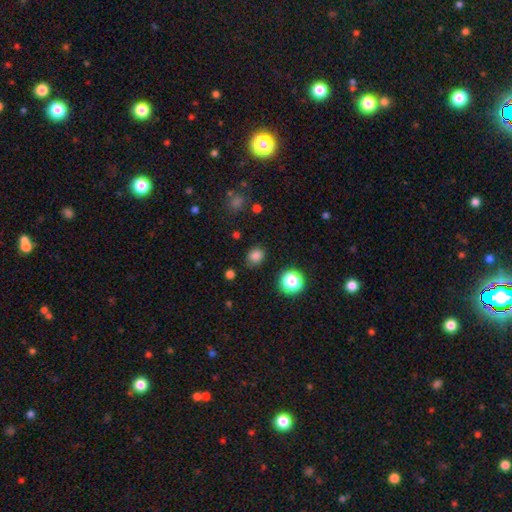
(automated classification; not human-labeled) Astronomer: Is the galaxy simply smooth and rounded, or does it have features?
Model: smooth — 80%.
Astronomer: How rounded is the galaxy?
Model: round — 62% (runner-up: in between, 37%).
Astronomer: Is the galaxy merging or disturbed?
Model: none — 80%.